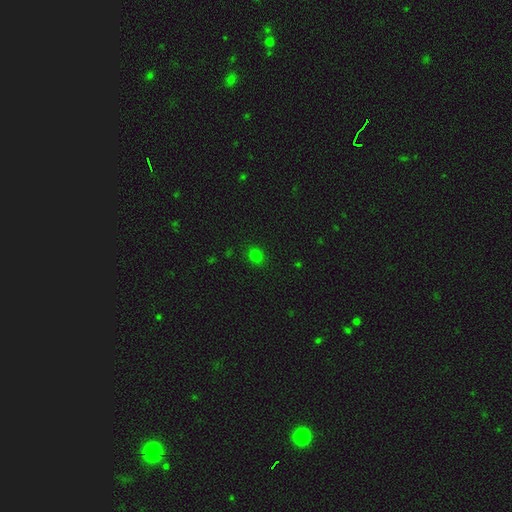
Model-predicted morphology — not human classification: smooth 77%, star or artifact 18%, featured or disk 5%. Down the decision tree: how rounded — round (69%); merging — none (89%).